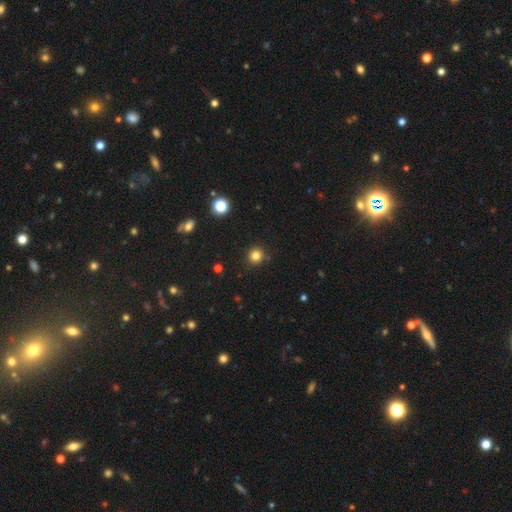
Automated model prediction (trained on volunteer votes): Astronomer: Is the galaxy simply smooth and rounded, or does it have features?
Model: smooth — 81%.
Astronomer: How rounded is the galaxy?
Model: round — 93%.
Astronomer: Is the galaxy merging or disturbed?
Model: none — 89%.